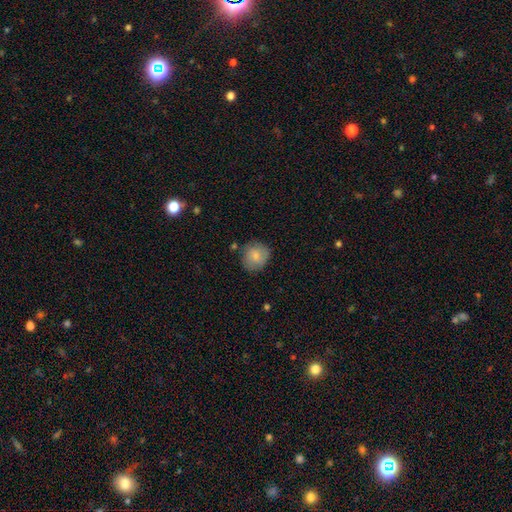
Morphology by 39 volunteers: This is likely a smooth galaxy (77%). How rounded: clearly round (93%). Merging: likely none (73%).